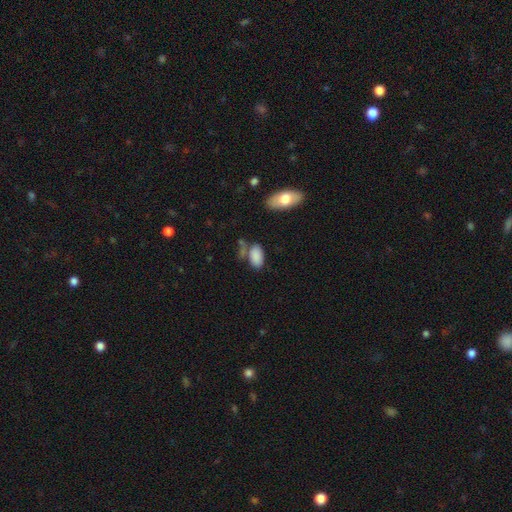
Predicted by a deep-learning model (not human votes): Q: Smooth or featured?
A: smooth (86%); runner-up: star or artifact (8%)
Q: How rounded?
A: in between (94%); runner-up: round (3%)
Q: Merging?
A: none (58%); runner-up: minor disturbance (19%)